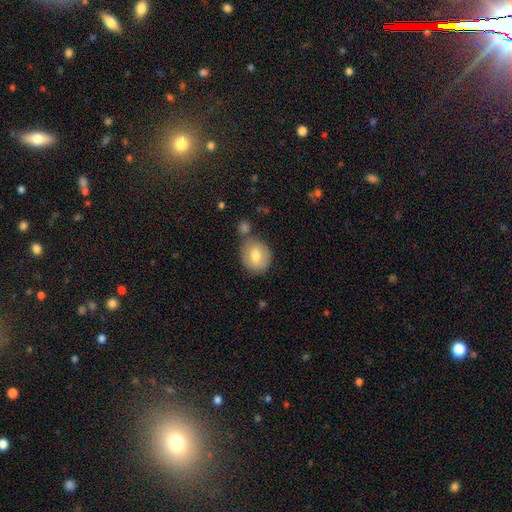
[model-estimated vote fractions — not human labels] This is likely a smooth galaxy (74%). How rounded: likely round (70%). Merging: likely none (63%).